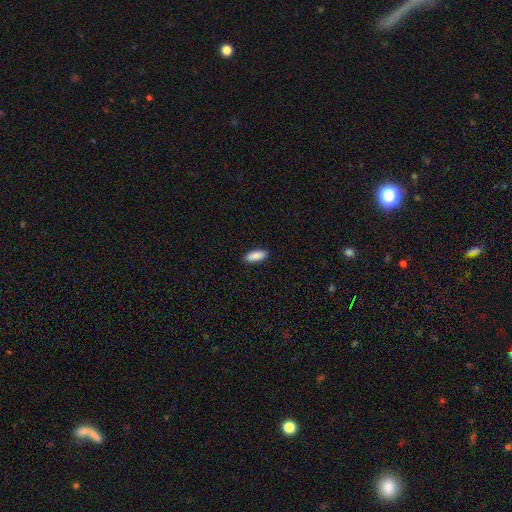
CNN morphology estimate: Smooth or featured? smooth (90%)
How rounded? in between (77%)
Merging? none (90%)